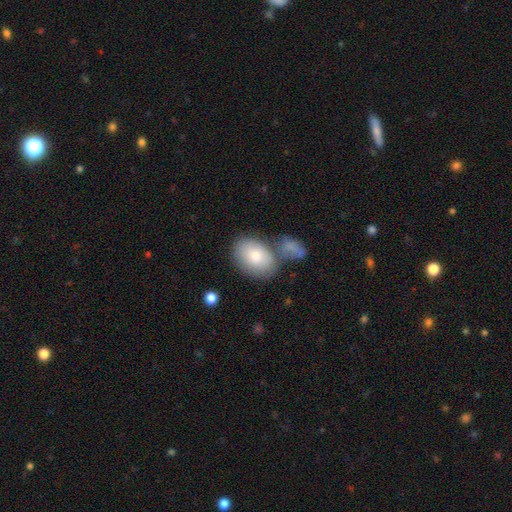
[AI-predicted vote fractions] smooth-or-featured: smooth: 79% | featured or disk: 15% | star or artifact: 6%
  how-rounded: in between: 82% | round: 17% | cigar-shaped: 1%
  merging: none: 57% | merger: 22% | minor disturbance: 15% | major disturbance: 6%